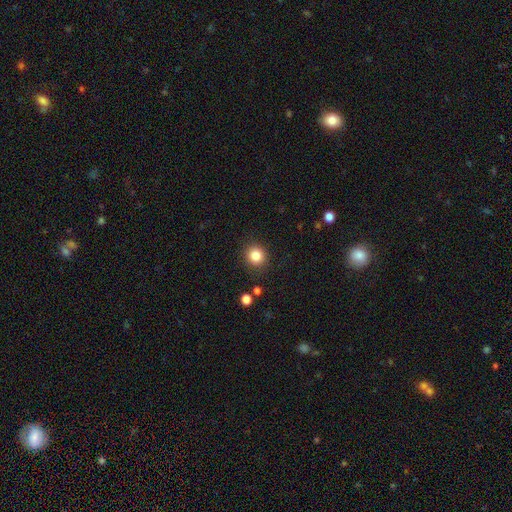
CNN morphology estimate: smooth-or-featured: smooth: 84% | star or artifact: 11% | featured or disk: 5%
  how-rounded: round: 91% | in between: 8% | cigar-shaped: 1%
  merging: none: 89% | minor disturbance: 7% | major disturbance: 2% | merger: 2%